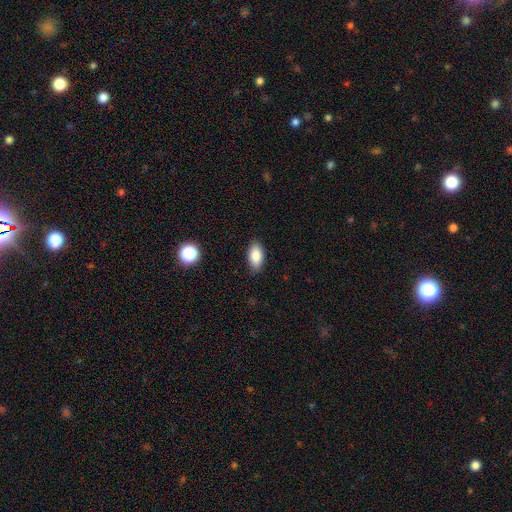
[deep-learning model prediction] A smooth galaxy with no disk features (85%) that is in between round and cigar-shaped (91%).

Vote fractions:
- Smooth or featured? smooth: 85% / star or artifact: 7% / featured or disk: 7%
- How rounded? in between: 91% / cigar-shaped: 5% / round: 4%
- Merging? none: 85% / minor disturbance: 12% / major disturbance: 2% / merger: 1%